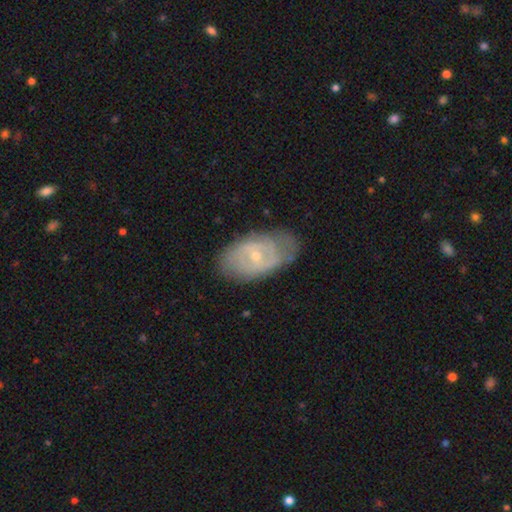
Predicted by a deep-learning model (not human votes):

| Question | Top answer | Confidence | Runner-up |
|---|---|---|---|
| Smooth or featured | featured or disk | 72% | smooth (22%) |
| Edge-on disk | no | 94% | yes (6%) |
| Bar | no | 57% | weak (35%) |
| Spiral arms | yes | 76% | no (24%) |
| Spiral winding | tight | 54% | medium (34%) |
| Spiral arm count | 2 | 49% | can't tell (37%) |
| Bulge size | small | 66% | moderate (31%) |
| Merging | none | 69% | minor disturbance (23%) |